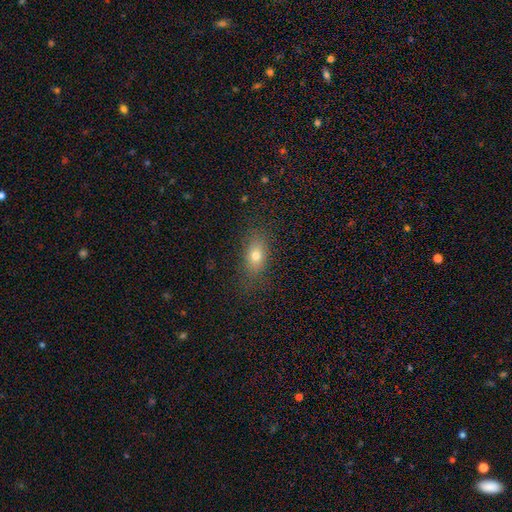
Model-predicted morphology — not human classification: type=smooth (74%); roundness=in between (78%); merging=none (82%).